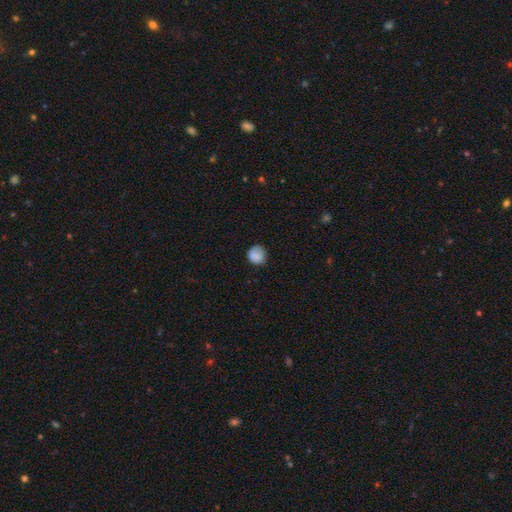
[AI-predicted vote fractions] Smooth or featured: smooth — 84% (star or artifact — 8%)
How rounded: round — 88% (in between — 11%)
Merging: none — 75% (minor disturbance — 19%)